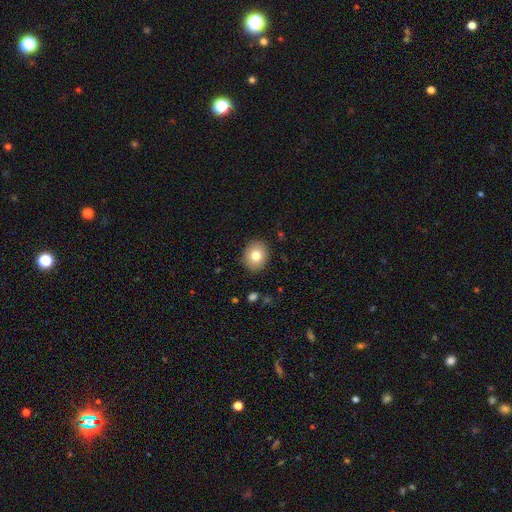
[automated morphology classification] The model was most divided on "how rounded": round: 69%, in between: 30%, cigar-shaped: 1%. More confident: merging — none (89%); smooth or featured — smooth (78%).